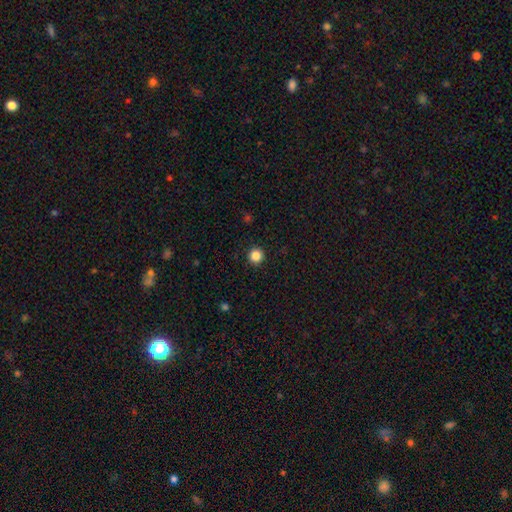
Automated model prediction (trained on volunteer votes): smooth 86%, star or artifact 11%, featured or disk 3%. Down the decision tree: how rounded — round (96%); merging — none (93%).